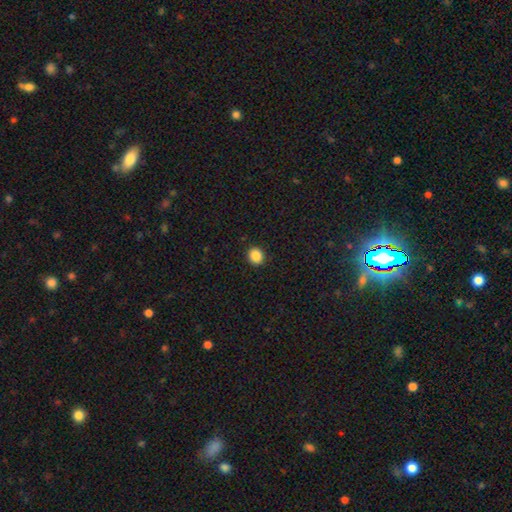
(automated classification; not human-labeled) Q: Smooth or featured?
A: smooth (87%); runner-up: star or artifact (10%)
Q: How rounded?
A: round (84%); runner-up: in between (15%)
Q: Merging?
A: none (92%); runner-up: minor disturbance (6%)